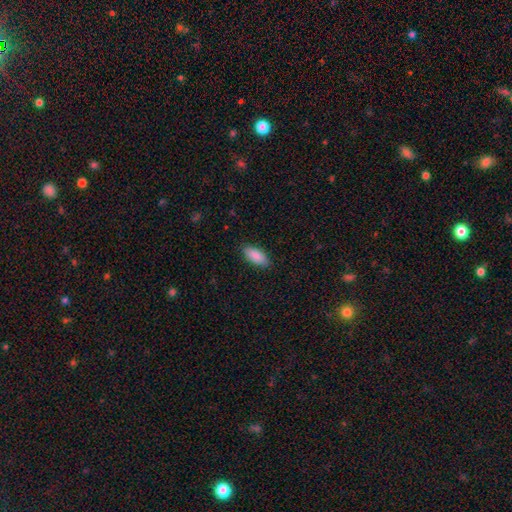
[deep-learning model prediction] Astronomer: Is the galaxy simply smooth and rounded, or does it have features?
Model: smooth — 90%.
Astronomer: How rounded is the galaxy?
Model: in between — 85%.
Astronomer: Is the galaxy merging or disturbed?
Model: none — 88%.